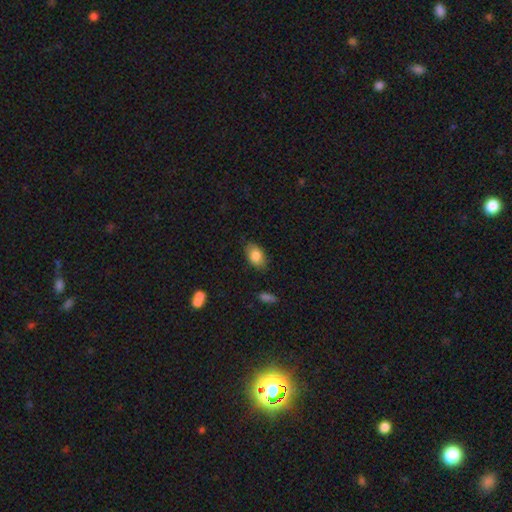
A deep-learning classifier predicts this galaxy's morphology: A smooth galaxy with no disk features (83%) that is in between round and cigar-shaped (89%). Merging: none (83%).